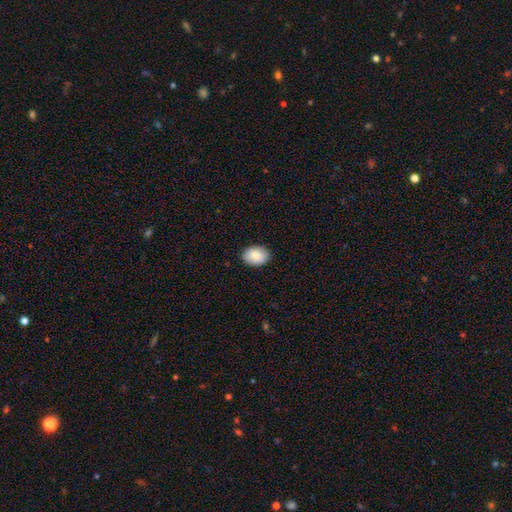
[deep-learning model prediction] A smooth galaxy with no disk features (85%) that is in between round and cigar-shaped (78%).

Vote fractions:
- Smooth or featured? smooth: 85% / featured or disk: 9% / star or artifact: 7%
- How rounded? in between: 78% / round: 21% / cigar-shaped: 1%
- Merging? none: 88% / minor disturbance: 9% / major disturbance: 2% / merger: 1%